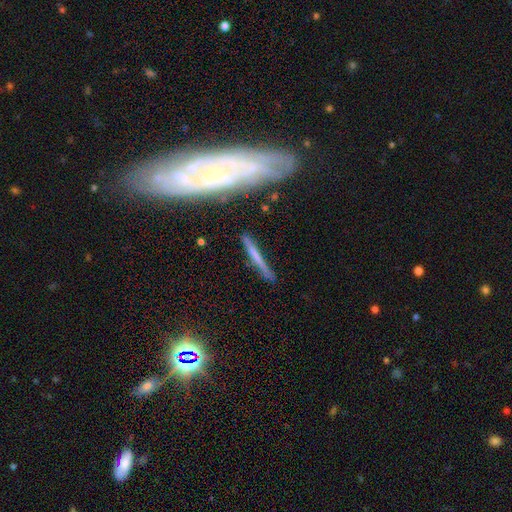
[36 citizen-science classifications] A featured or disk galaxy (53%) viewed edge-on (84%) with no central bulge (88%).

Vote fractions:
- Smooth or featured? featured or disk: 53% / smooth: 47% / star or artifact: 0%
- Edge-on disk? yes: 84% / no: 16%
- Edge-on bulge? none: 88% / boxy: 6% / rounded: 6%
- Merging? none: 83% / minor disturbance: 14% / major disturbance: 3% / merger: 0%